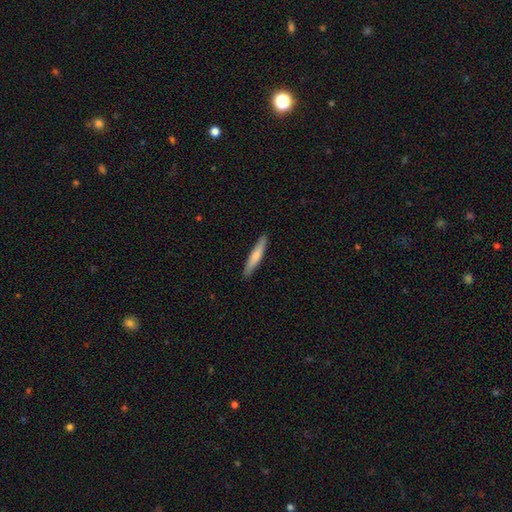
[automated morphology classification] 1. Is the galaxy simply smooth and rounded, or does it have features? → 70% smooth, 25% featured or disk, 5% star or artifact.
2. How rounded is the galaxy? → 92% cigar-shaped, 7% in between, 1% round.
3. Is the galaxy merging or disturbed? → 90% none, 7% minor disturbance, 1% major disturbance, 1% merger.